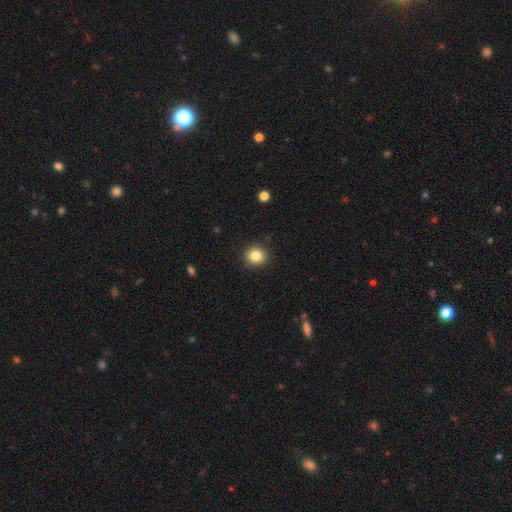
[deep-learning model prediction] Smooth or featured?
  - smooth: 84% *
  - star or artifact: 11%
  - featured or disk: 6%
How rounded?
  - round: 89% *
  - in between: 10%
  - cigar-shaped: 1%
Merging?
  - none: 90% *
  - minor disturbance: 7%
  - major disturbance: 2%
  - merger: 1%